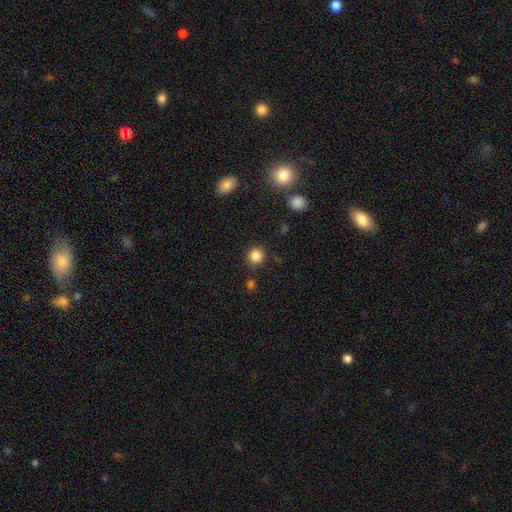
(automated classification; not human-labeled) Smooth or featured? smooth (85%)
How rounded? round (90%)
Merging? none (87%)